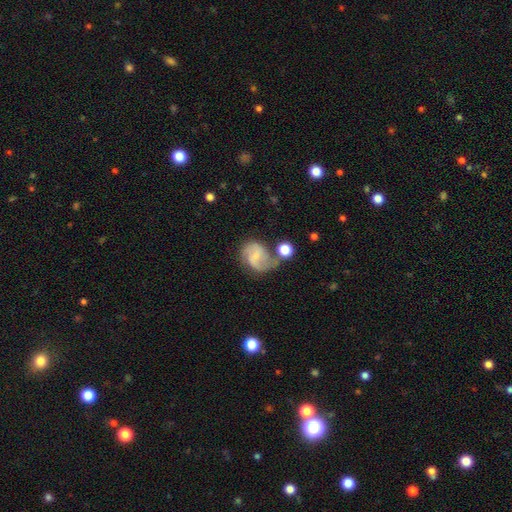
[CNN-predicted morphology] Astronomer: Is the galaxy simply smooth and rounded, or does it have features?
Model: featured or disk — 69%.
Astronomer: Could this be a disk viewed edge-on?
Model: no — 98%.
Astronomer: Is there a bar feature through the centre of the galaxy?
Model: weak — 47% (runner-up: no, 40%).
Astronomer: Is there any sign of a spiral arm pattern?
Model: yes — 91%.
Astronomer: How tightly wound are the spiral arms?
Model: medium — 47% (runner-up: loose, 37%).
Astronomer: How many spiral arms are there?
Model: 2 — 82%.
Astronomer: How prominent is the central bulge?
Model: small — 64%.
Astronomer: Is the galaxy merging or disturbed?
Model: none — 48%.